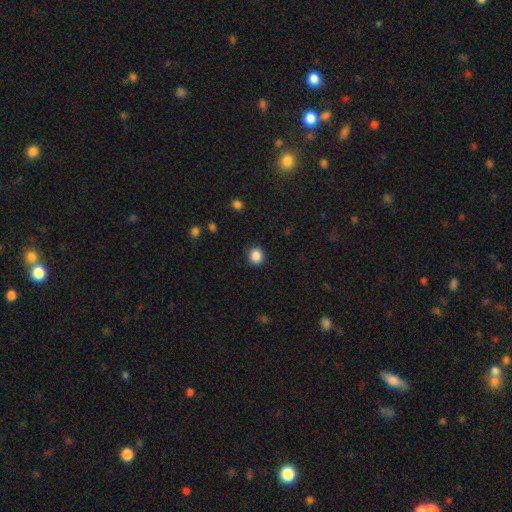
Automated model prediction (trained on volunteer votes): Q: Smooth or featured?
A: smooth (87%); runner-up: star or artifact (10%)
Q: How rounded?
A: round (83%); runner-up: in between (17%)
Q: Merging?
A: none (88%); runner-up: minor disturbance (9%)